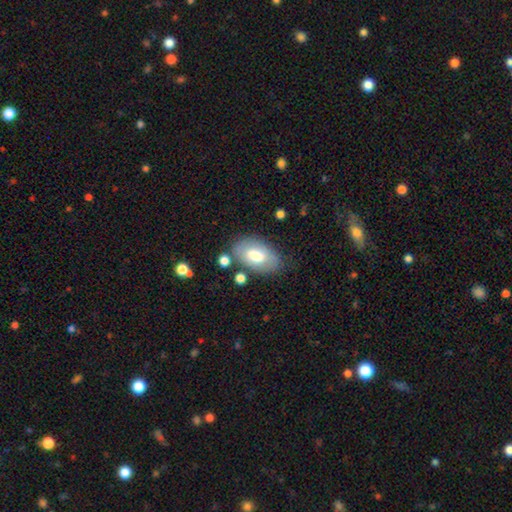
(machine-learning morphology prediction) smooth-or-featured: smooth: 68% | featured or disk: 25% | star or artifact: 7%
  how-rounded: in between: 93% | round: 6% | cigar-shaped: 2%
  merging: none: 72% | minor disturbance: 17% | merger: 6% | major disturbance: 5%